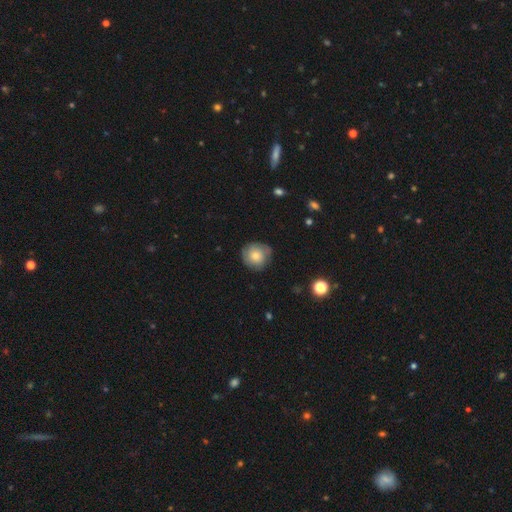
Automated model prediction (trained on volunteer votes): A smooth galaxy with no disk features (67%) that is round (90%).

Vote fractions:
- Smooth or featured? smooth: 67% / featured or disk: 25% / star or artifact: 8%
- How rounded? round: 90% / in between: 9% / cigar-shaped: 1%
- Merging? none: 75% / minor disturbance: 19% / major disturbance: 5% / merger: 1%